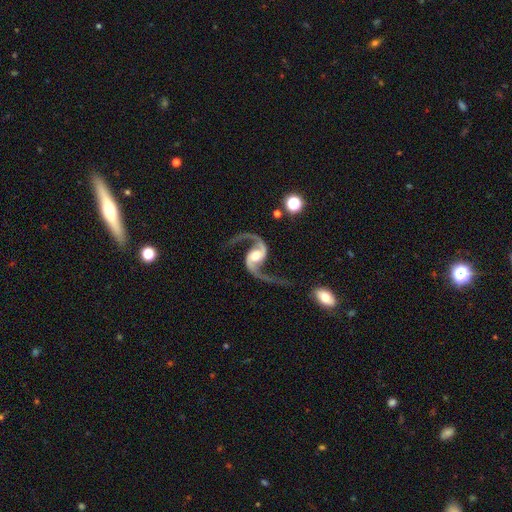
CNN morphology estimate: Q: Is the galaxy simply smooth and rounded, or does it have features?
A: featured or disk — 94%.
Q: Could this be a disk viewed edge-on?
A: no — 98%.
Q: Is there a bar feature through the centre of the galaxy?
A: no — 46%.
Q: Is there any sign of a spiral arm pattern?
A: yes — 98%.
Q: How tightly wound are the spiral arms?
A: loose — 69%.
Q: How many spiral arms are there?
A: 2 — 95%.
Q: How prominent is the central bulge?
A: moderate — 63%.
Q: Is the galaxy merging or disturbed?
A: none — 77%.